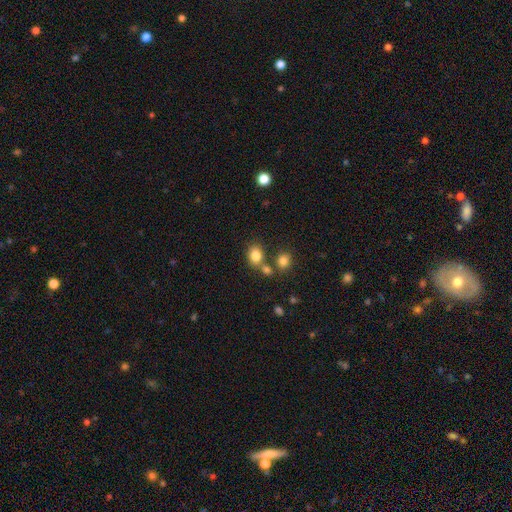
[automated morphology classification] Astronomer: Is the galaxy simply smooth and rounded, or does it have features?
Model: smooth — 82%.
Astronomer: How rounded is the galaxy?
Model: in between — 50% (runner-up: round, 49%).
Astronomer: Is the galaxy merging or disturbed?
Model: none — 60%.